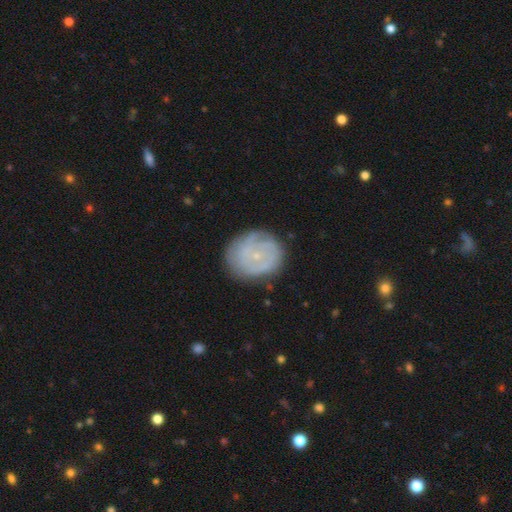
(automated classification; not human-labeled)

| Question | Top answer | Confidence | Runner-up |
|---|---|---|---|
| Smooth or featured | featured or disk | 63% | smooth (30%) |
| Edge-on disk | no | 97% | yes (3%) |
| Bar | no | 77% | weak (20%) |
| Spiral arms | yes | 78% | no (22%) |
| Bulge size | small | 83% | moderate (11%) |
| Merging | none | 77% | minor disturbance (16%) |